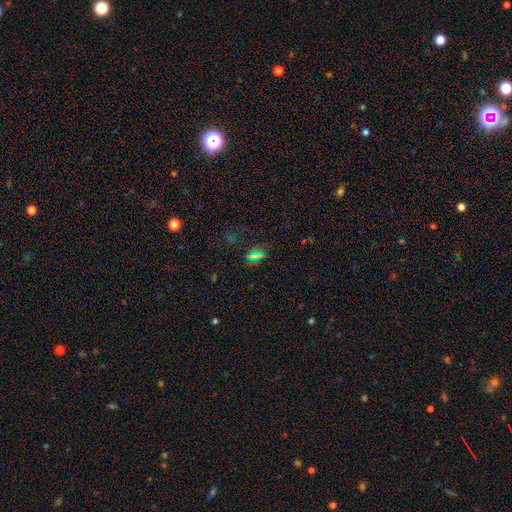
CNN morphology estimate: The model was most divided on "smooth or featured": star or artifact: 52%, smooth: 37%, featured or disk: 11%.